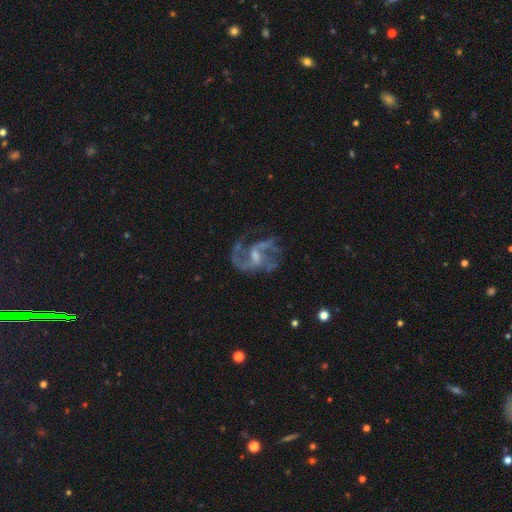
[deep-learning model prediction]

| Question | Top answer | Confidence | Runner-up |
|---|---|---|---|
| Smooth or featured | featured or disk | 85% | star or artifact (8%) |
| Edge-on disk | no | 98% | yes (2%) |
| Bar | weak | 52% | no (31%) |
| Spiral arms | yes | 92% | no (8%) |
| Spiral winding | medium | 46% | loose (43%) |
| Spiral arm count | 2 | 50% | 3 (22%) |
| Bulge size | small | 48% | moderate (34%) |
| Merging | none | 54% | major disturbance (26%) |